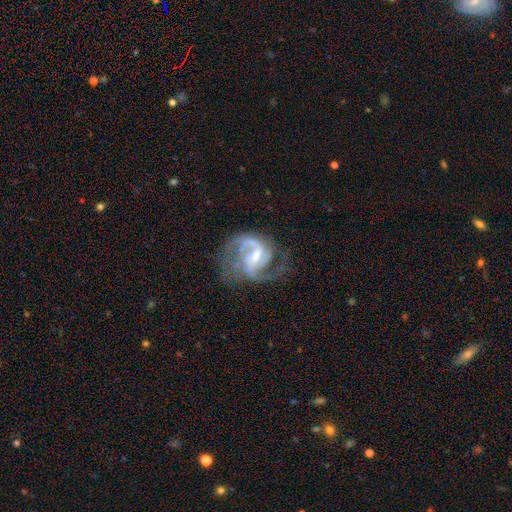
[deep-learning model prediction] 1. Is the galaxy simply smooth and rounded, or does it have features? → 90% featured or disk, 5% star or artifact, 5% smooth.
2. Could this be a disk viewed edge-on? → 98% no, 2% yes.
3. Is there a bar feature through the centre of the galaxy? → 46% weak, 30% no, 24% strong.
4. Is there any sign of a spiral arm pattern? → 97% yes, 3% no.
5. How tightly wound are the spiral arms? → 54% medium, 28% loose, 18% tight.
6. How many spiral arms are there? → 71% 2, 13% 3, 7% can't tell, 5% 1, 3% 4, 3% more than 4.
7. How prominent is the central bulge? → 53% moderate, 42% small, 3% large, 1% none, 1% dominant.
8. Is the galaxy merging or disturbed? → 61% none, 19% minor disturbance, 18% major disturbance, 2% merger.